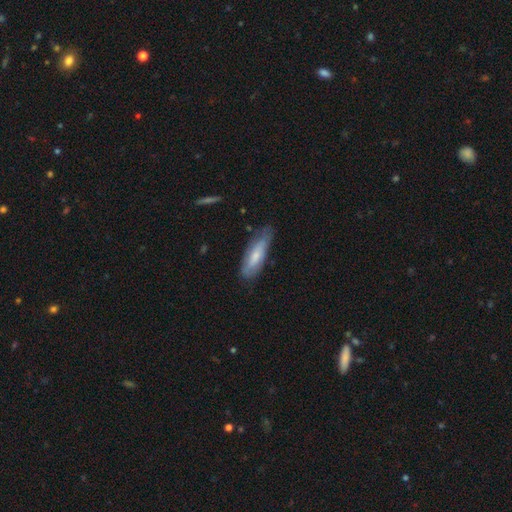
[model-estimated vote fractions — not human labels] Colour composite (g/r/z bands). It shows a smooth galaxy with no disk features (63%) that is cigar-shaped (51%). Merging: none (61%).